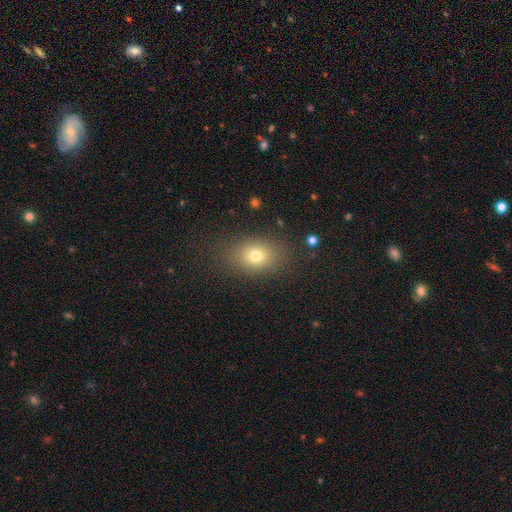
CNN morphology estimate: Smooth or featured?
  - smooth: 74% *
  - star or artifact: 14%
  - featured or disk: 12%
How rounded?
  - in between: 70% *
  - round: 29%
  - cigar-shaped: 2%
Merging?
  - none: 83% *
  - minor disturbance: 11%
  - major disturbance: 5%
  - merger: 1%